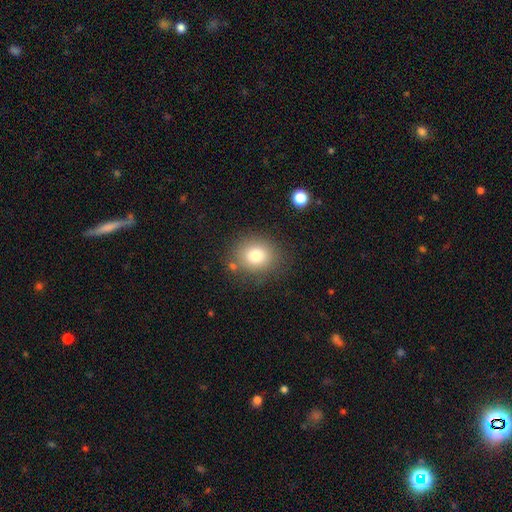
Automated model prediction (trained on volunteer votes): Smooth or featured? Predicted: smooth (p=0.78). How rounded? Predicted: round (p=0.70). Merging? Predicted: none (p=0.79).